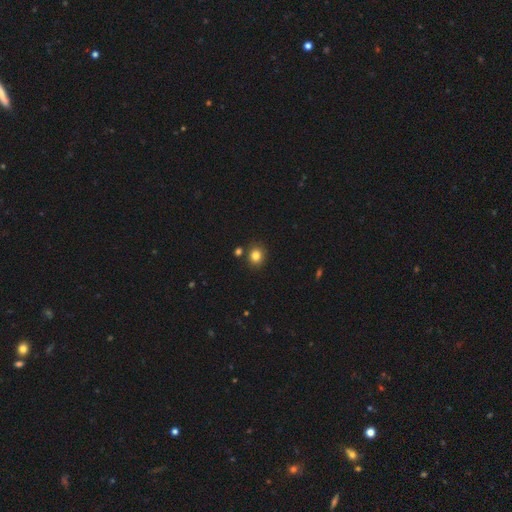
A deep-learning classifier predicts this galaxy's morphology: Smooth or featured: smooth — 83% (star or artifact — 12%)
How rounded: round — 75% (in between — 24%)
Merging: none — 83% (minor disturbance — 8%)